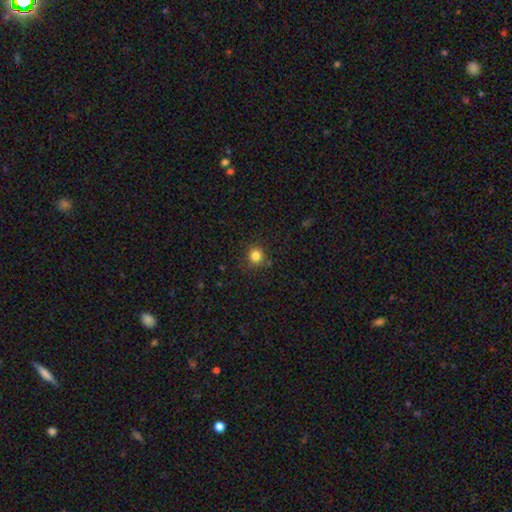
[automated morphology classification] The model was most divided on "smooth or featured": smooth: 82%, star or artifact: 13%, featured or disk: 5%. More confident: how rounded — round (92%); merging — none (86%).